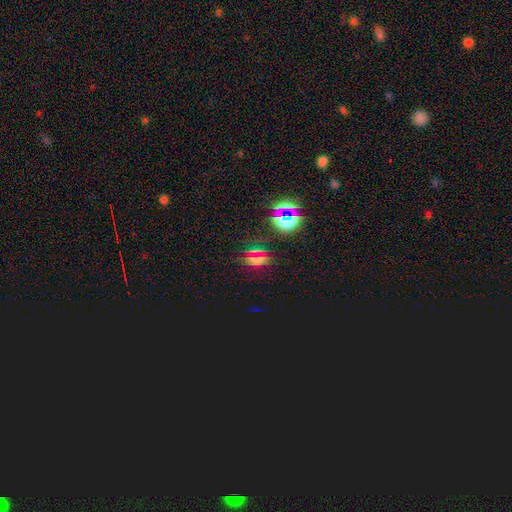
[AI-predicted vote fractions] A star or artifact, not a galaxy (60%).

Vote fractions:
- Smooth or featured? star or artifact: 60% / smooth: 30% / featured or disk: 10%